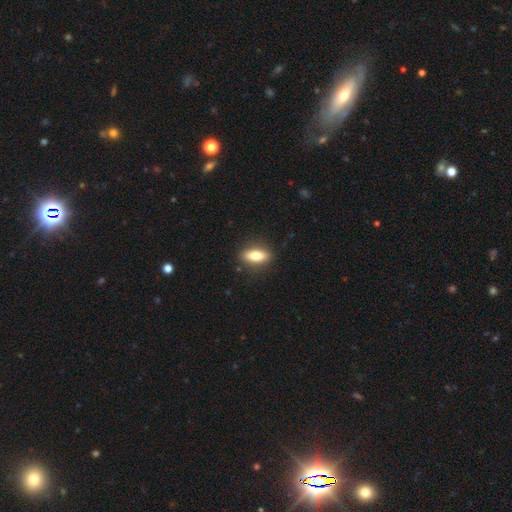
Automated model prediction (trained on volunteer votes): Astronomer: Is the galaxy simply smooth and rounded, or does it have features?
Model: smooth — 71%.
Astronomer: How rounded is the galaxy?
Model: in between — 71%.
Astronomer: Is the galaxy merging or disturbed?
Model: none — 87%.